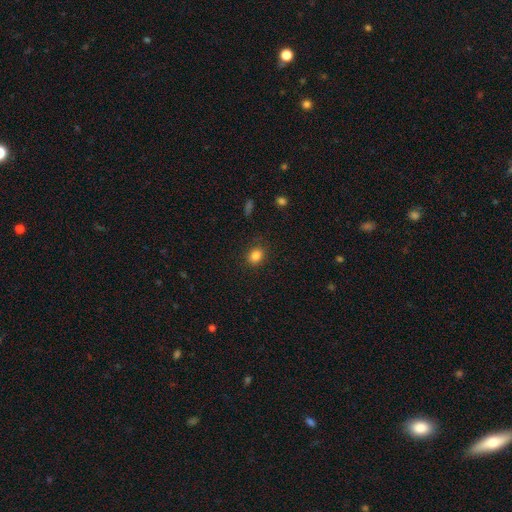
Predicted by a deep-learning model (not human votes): A smooth galaxy with no disk features (83%) that is round (62%).

Vote fractions:
- Smooth or featured? smooth: 83% / star or artifact: 11% / featured or disk: 5%
- How rounded? round: 62% / in between: 37% / cigar-shaped: 1%
- Merging? none: 86% / minor disturbance: 10% / major disturbance: 3% / merger: 1%